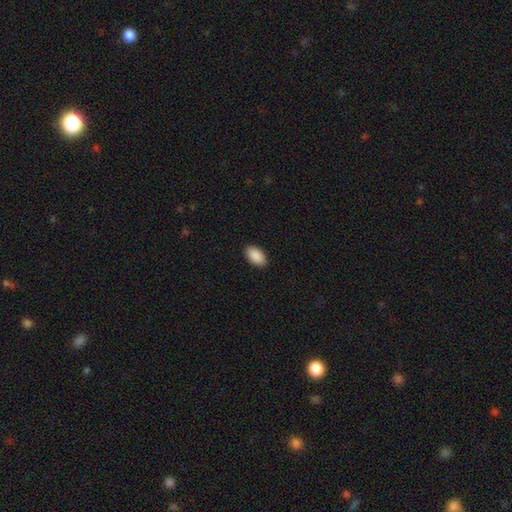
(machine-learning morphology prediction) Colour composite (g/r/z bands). It shows a smooth galaxy with no disk features (91%) that is in between round and cigar-shaped (95%). Merging: none (90%).